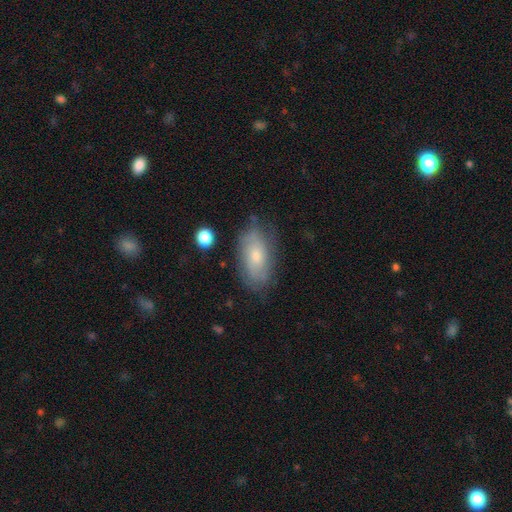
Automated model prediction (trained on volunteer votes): smooth_or_featured: smooth (p=0.51) [alt: featured or disk p=0.41]
how_rounded: in between (p=0.90) [alt: cigar-shaped p=0.05]
merging: none (p=0.72) [alt: minor disturbance p=0.21]